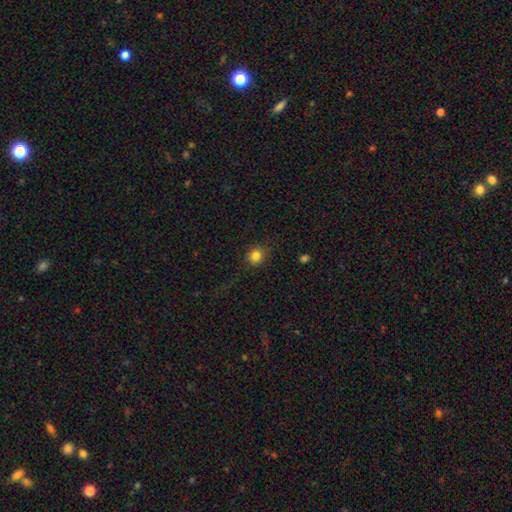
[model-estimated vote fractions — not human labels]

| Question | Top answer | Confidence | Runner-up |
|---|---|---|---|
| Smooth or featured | smooth | 83% | star or artifact (12%) |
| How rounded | round | 86% | in between (13%) |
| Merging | none | 84% | minor disturbance (10%) |